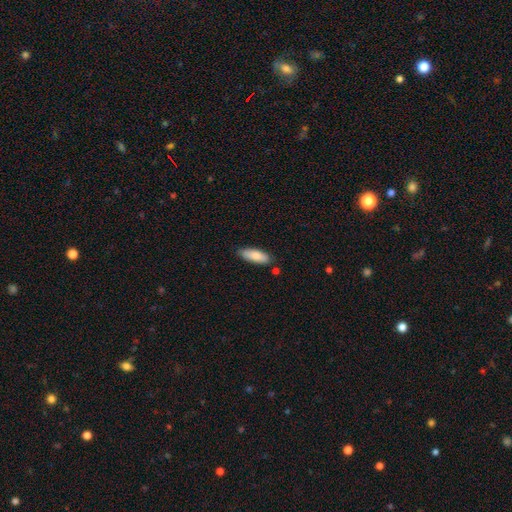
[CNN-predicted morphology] Smooth or featured?
  - smooth: 82% *
  - featured or disk: 12%
  - star or artifact: 6%
How rounded?
  - in between: 68% *
  - cigar-shaped: 30%
  - round: 2%
Merging?
  - none: 81% *
  - minor disturbance: 13%
  - merger: 3%
  - major disturbance: 2%